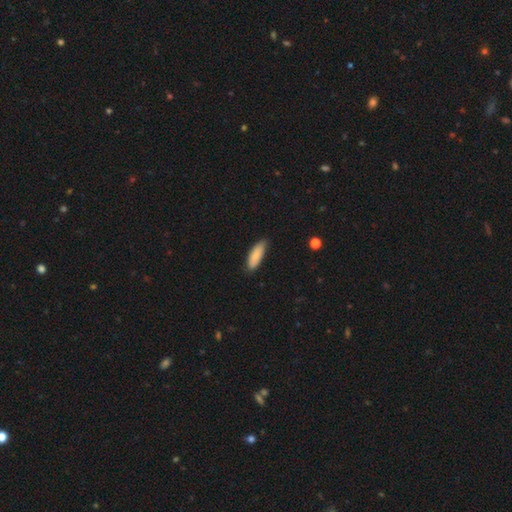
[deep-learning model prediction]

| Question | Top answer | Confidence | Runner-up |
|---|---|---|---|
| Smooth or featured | smooth | 86% | featured or disk (8%) |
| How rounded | in between | 62% | cigar-shaped (36%) |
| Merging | none | 76% | minor disturbance (20%) |